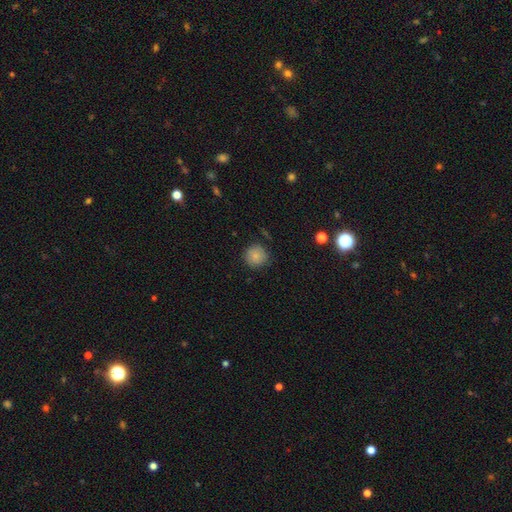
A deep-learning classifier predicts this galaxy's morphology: This is clearly a smooth galaxy (83%). How rounded: clearly round (93%). Merging: clearly none (81%).